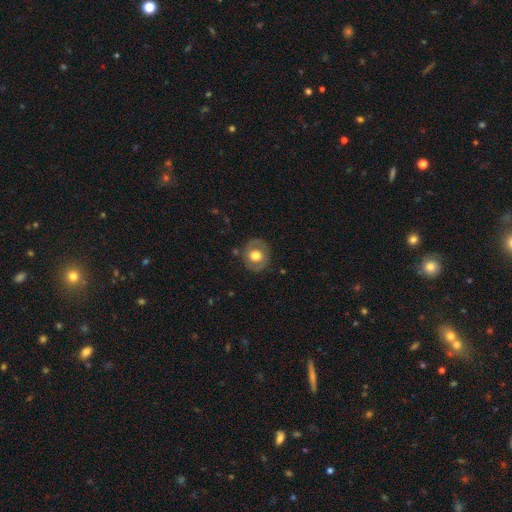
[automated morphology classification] type=smooth (52%); roundness=round (82%); merging=none (82%).